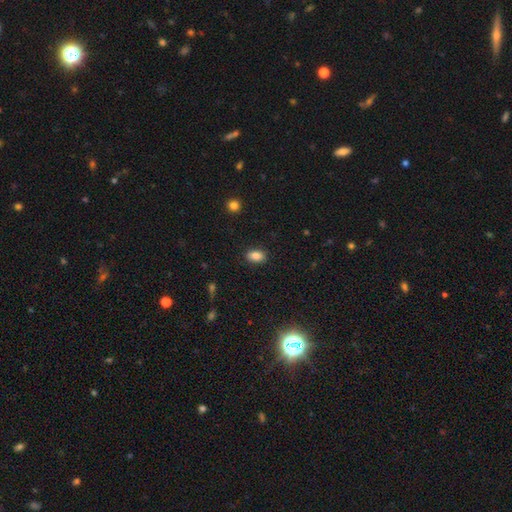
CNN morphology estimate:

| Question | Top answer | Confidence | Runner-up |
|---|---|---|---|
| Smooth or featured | smooth | 84% | star or artifact (9%) |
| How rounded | in between | 86% | round (12%) |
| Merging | none | 88% | minor disturbance (9%) |